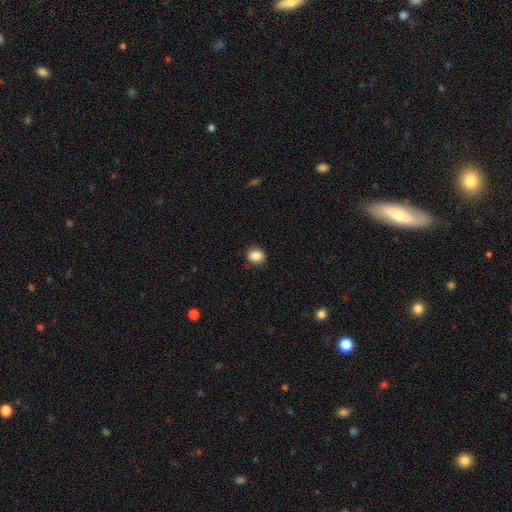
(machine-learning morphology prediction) Smooth or featured: smooth — 86% (star or artifact — 9%)
How rounded: round — 70% (in between — 29%)
Merging: none — 86% (minor disturbance — 10%)